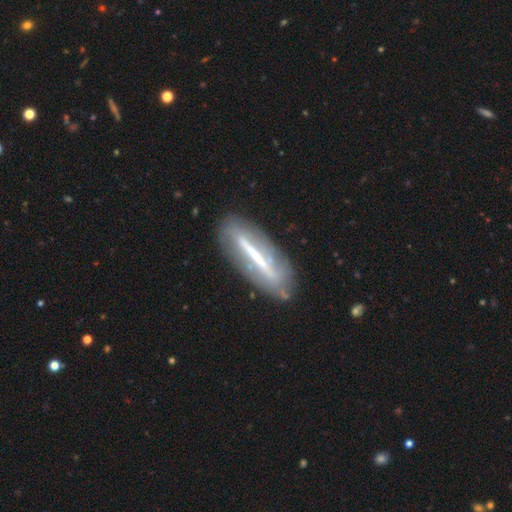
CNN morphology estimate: Smooth or featured? featured or disk (66%)
Edge-on disk? yes (52%)
Merging? none (75%)